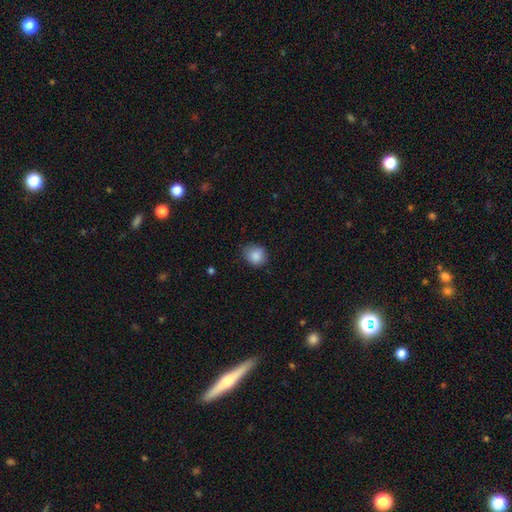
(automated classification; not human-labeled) Q: Smooth or featured?
A: smooth (87%); runner-up: star or artifact (9%)
Q: How rounded?
A: round (73%); runner-up: in between (26%)
Q: Merging?
A: none (74%); runner-up: minor disturbance (21%)